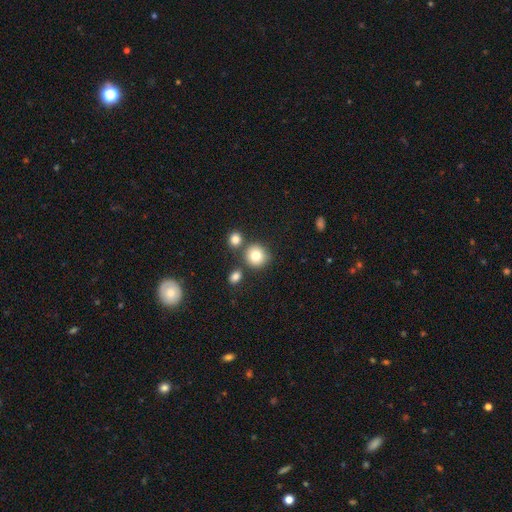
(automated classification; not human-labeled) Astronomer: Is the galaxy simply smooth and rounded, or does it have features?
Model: smooth — 80%.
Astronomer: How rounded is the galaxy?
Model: round — 88%.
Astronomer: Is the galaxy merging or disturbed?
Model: none — 73%.